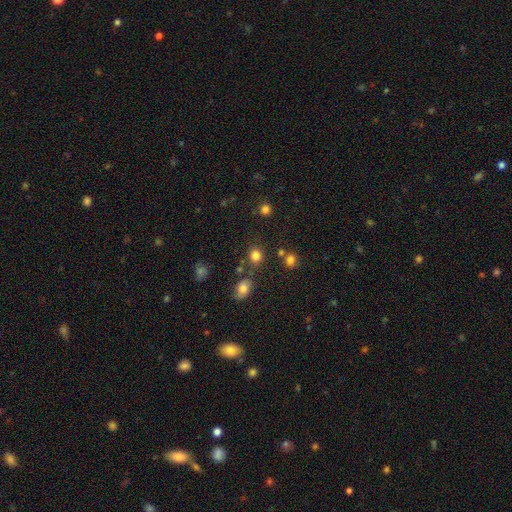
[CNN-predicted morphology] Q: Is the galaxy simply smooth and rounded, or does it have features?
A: smooth — 80%.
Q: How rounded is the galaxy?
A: round — 81%.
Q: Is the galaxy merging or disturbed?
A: none — 75%.